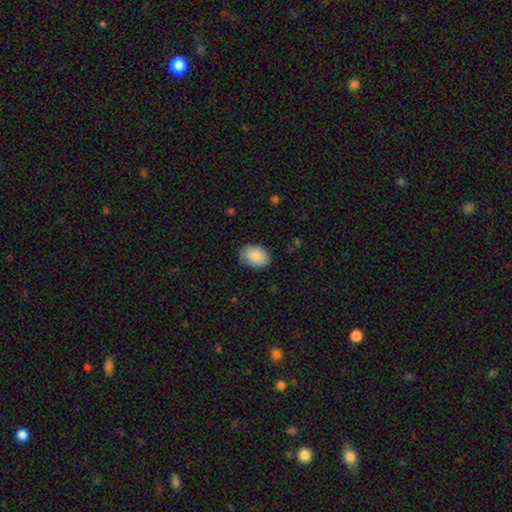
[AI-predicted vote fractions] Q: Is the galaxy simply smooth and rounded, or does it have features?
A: smooth — 88%.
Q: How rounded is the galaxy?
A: in between — 84%.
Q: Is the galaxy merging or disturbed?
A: none — 84%.